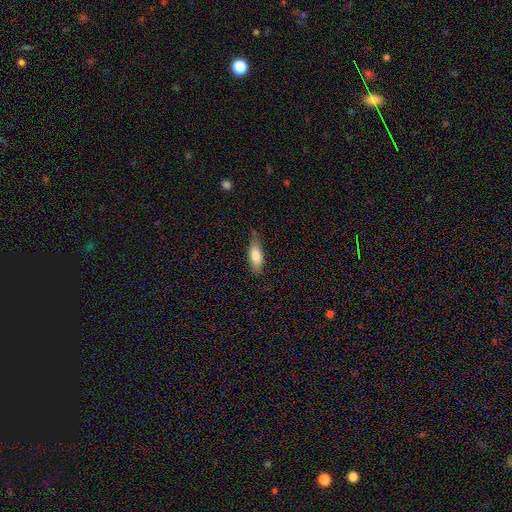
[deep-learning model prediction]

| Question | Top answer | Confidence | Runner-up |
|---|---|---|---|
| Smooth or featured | smooth | 78% | featured or disk (16%) |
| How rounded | in between | 63% | cigar-shaped (35%) |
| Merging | none | 73% | minor disturbance (22%) |